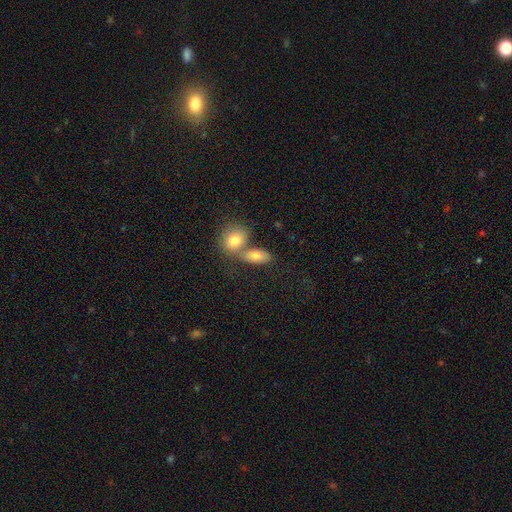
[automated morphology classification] smooth 80%, featured or disk 12%, star or artifact 8%. Down the decision tree: how rounded — in between (83%); merging — none (44%).